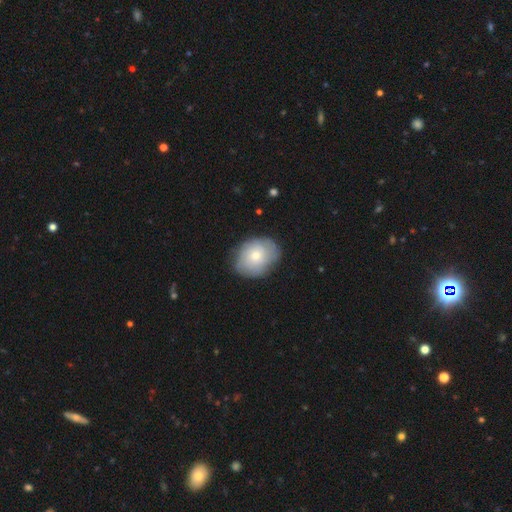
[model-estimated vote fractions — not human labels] smooth 55%, featured or disk 38%, star or artifact 7%. Down the decision tree: how rounded — in between (57%); merging — none (75%).